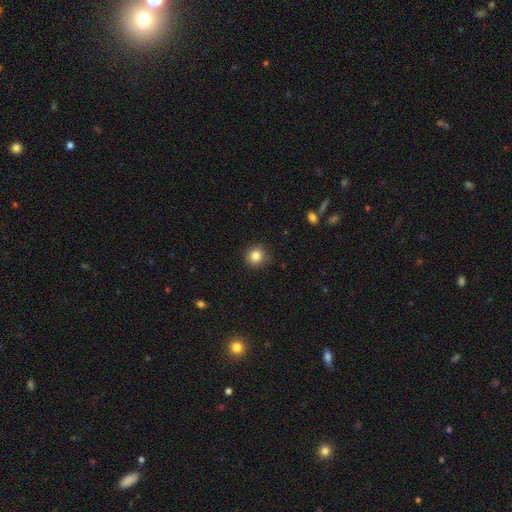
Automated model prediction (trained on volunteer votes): Smooth or featured? smooth (83%)
How rounded? round (89%)
Merging? none (89%)